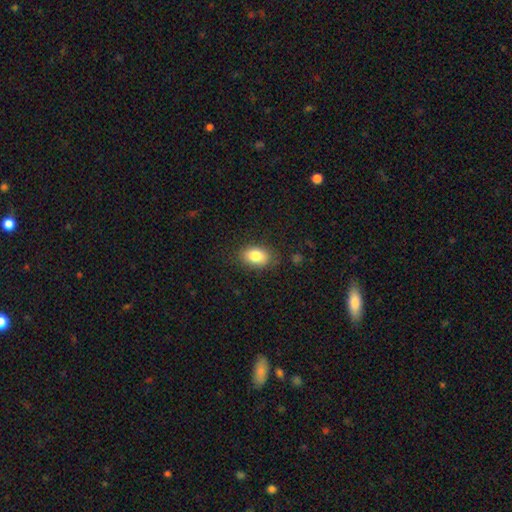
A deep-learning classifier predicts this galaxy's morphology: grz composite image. It shows a smooth galaxy with no disk features (84%) that is in between round and cigar-shaped (84%). Merging: none (83%).